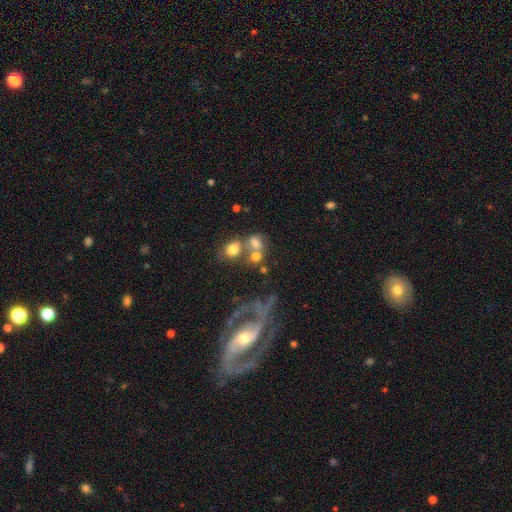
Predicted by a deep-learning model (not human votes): A smooth galaxy with no disk features (59%) that is round (56%). Merging: merger (47%).